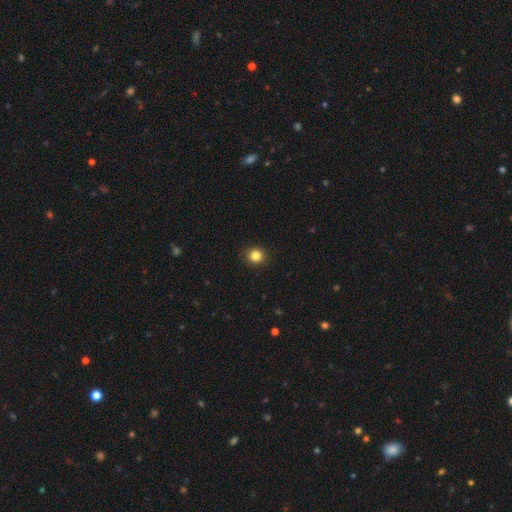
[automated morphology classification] Overall: smooth (84%). How rounded: round (90%). Merging: none (92%).